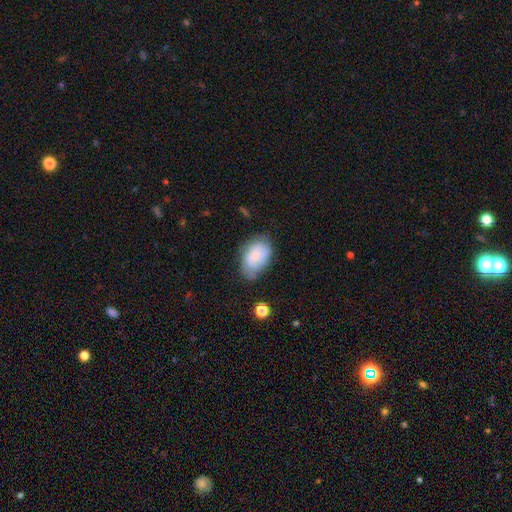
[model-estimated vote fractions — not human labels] Morphology: type=smooth (64%); roundness=in between (86%); merging=none (54%).